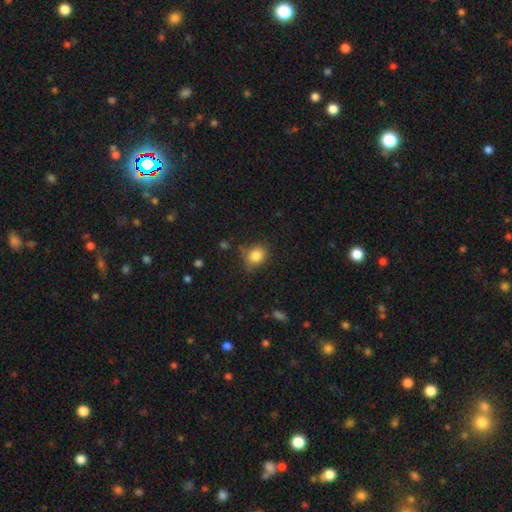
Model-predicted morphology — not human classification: A smooth galaxy with no disk features (84%) that is round (54%). Merging: none (69%).